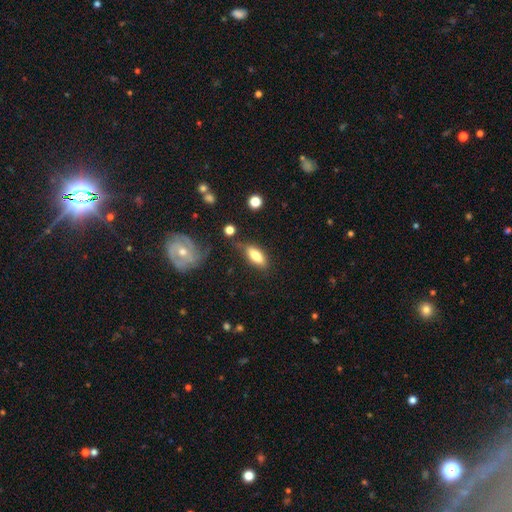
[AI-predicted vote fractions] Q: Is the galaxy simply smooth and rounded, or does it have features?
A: smooth — 78%.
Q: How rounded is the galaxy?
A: in between — 77%.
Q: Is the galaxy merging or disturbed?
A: none — 64%.